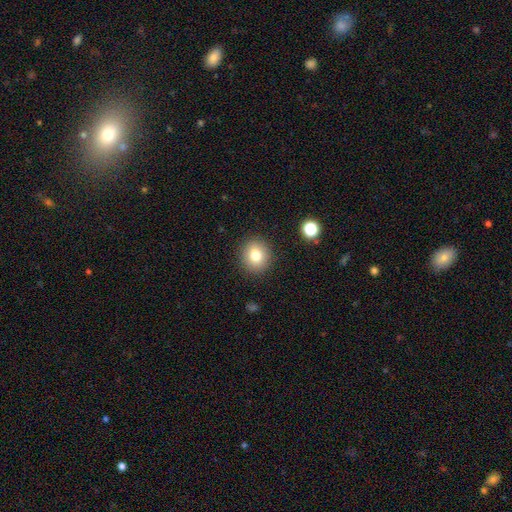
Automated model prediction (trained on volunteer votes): The model was most divided on "how rounded": round: 79%, in between: 21%, cigar-shaped: 1%. More confident: merging — none (89%); smooth or featured — smooth (79%).